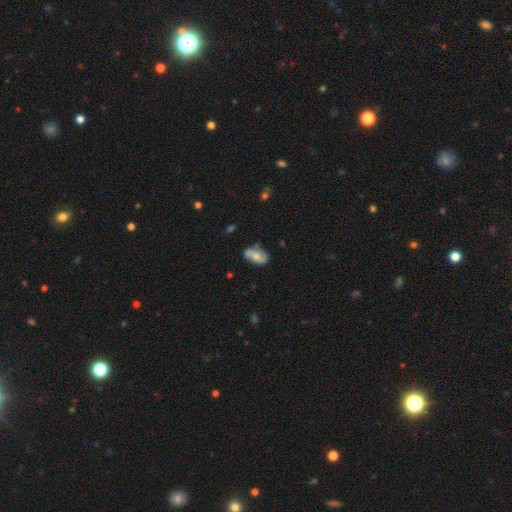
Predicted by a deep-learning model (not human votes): Smooth or featured? smooth (57%)
How rounded? in between (90%)
Merging? none (48%)